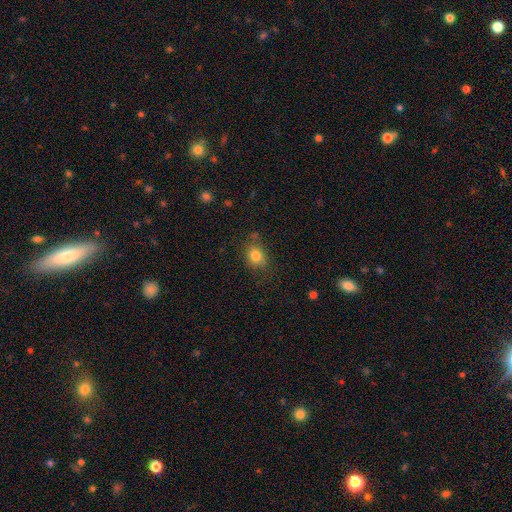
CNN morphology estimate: Q: Smooth or featured?
A: smooth (81%); runner-up: star or artifact (11%)
Q: How rounded?
A: in between (51%); runner-up: round (48%)
Q: Merging?
A: none (71%); runner-up: minor disturbance (20%)